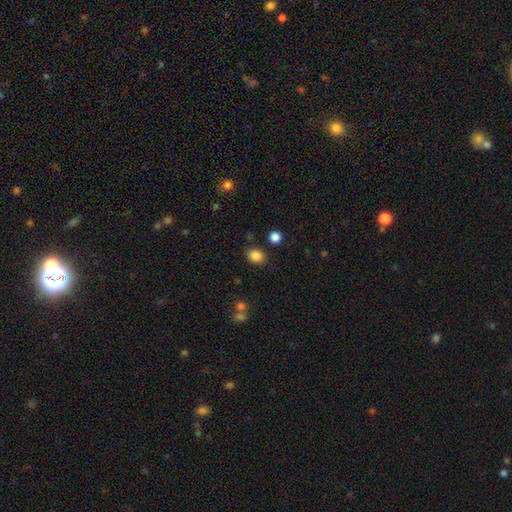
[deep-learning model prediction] Smooth or featured: smooth — 85% (star or artifact — 11%)
How rounded: round — 53% (in between — 46%)
Merging: none — 84% (minor disturbance — 9%)